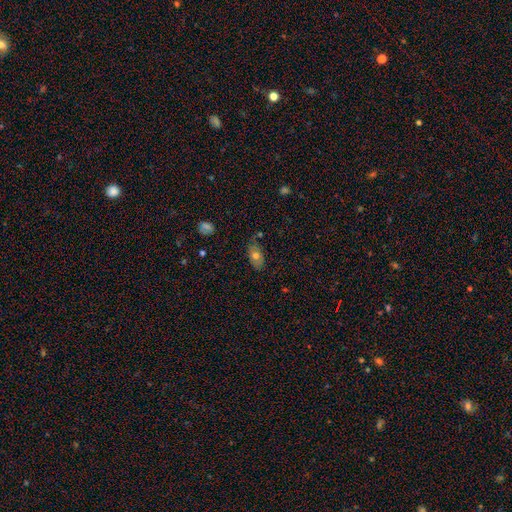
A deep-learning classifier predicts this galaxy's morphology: smooth-or-featured: smooth: 66% | featured or disk: 25% | star or artifact: 9%
  how-rounded: in between: 87% | round: 9% | cigar-shaped: 3%
  merging: none: 71% | minor disturbance: 22% | major disturbance: 4% | merger: 3%